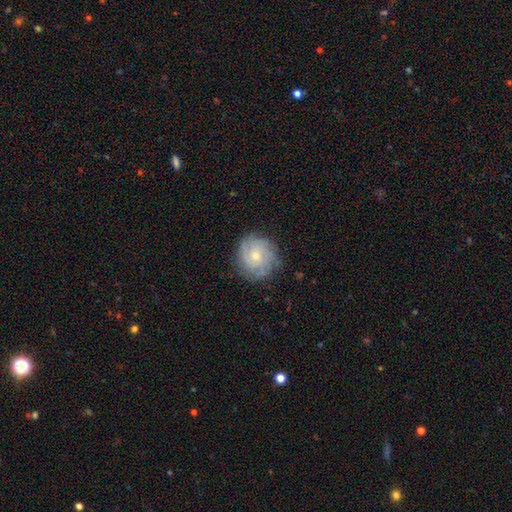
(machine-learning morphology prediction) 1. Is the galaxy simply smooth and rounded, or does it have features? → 60% featured or disk, 32% smooth, 8% star or artifact.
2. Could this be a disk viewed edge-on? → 98% no, 2% yes.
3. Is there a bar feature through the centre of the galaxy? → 81% no, 17% weak, 2% strong.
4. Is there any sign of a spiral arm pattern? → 87% yes, 13% no.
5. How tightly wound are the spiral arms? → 68% tight, 25% medium, 8% loose.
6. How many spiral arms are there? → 45% can't tell, 17% 3, 13% 4, 13% 2, 6% more than 4, 6% 1.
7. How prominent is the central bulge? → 62% small, 34% moderate, 2% none, 2% large, 1% dominant.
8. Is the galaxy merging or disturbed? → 76% none, 17% minor disturbance, 6% major disturbance, 1% merger.